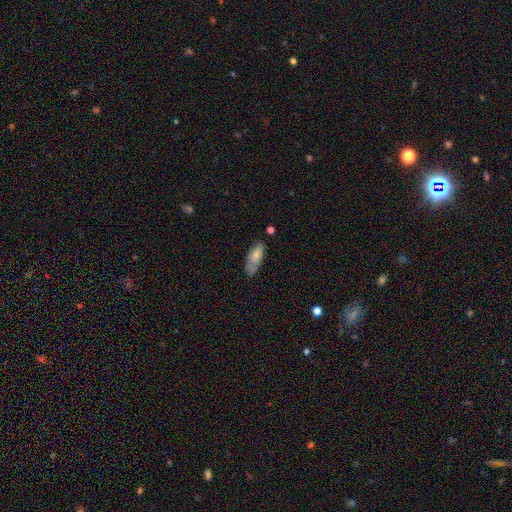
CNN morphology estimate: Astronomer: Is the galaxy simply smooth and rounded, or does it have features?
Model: smooth — 70%.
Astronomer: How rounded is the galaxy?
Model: in between — 78%.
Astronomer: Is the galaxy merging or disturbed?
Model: none — 54% (runner-up: minor disturbance, 30%).